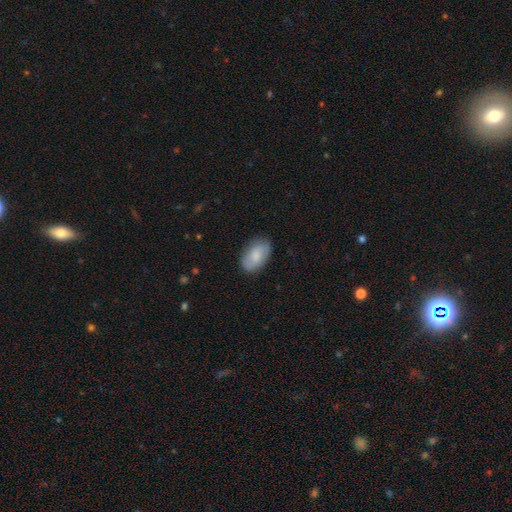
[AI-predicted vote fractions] smooth_or_featured: smooth (p=0.78) [alt: featured or disk p=0.16]
how_rounded: in between (p=0.93) [alt: round p=0.06]
merging: none (p=0.81) [alt: minor disturbance p=0.14]